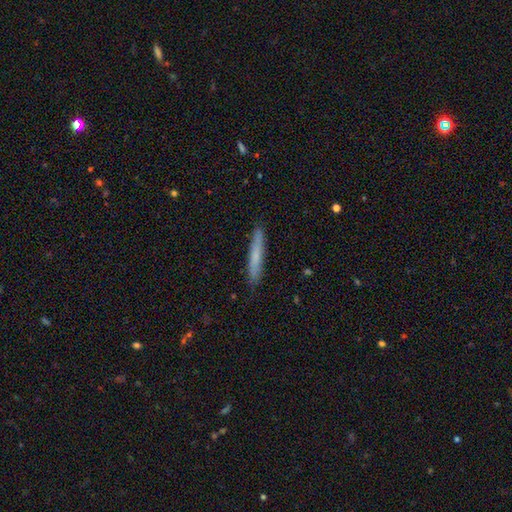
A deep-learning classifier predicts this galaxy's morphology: Q: Smooth or featured?
A: smooth (67%); runner-up: featured or disk (27%)
Q: How rounded?
A: cigar-shaped (95%); runner-up: in between (3%)
Q: Merging?
A: none (89%); runner-up: minor disturbance (9%)